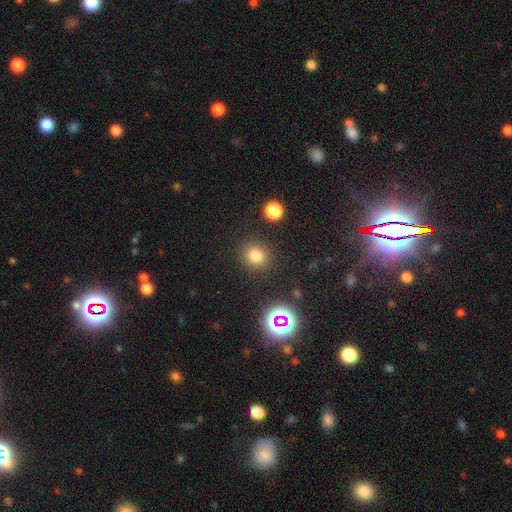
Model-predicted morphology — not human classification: type=smooth (77%); roundness=round (82%); merging=none (86%).